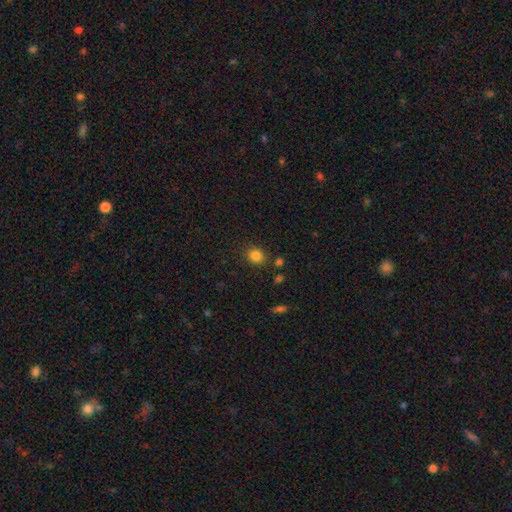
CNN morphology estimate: This is clearly a smooth galaxy (83%). How rounded: likely round (67%). Merging: clearly none (83%).